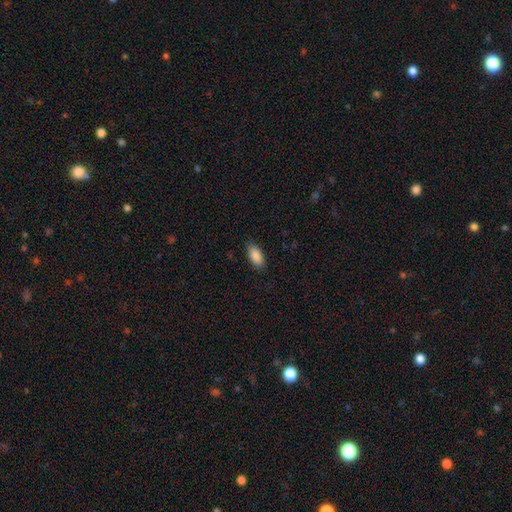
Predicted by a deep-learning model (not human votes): Smooth or featured? Predicted: smooth (p=0.89). How rounded? Predicted: in between (p=0.90). Merging? Predicted: none (p=0.84).